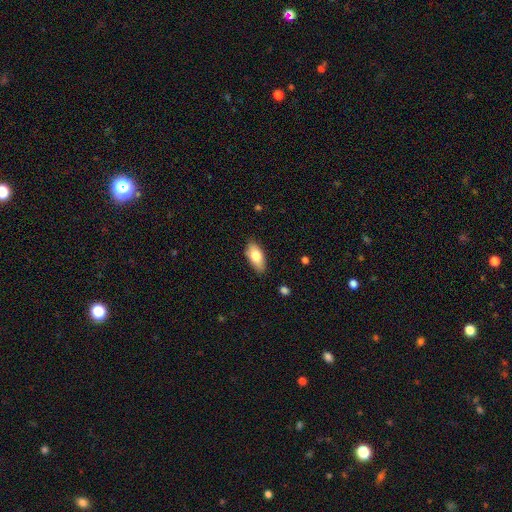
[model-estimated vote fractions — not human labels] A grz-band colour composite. It shows a smooth galaxy with no disk features (77%) that is in between round and cigar-shaped (89%). Merging: none (83%).